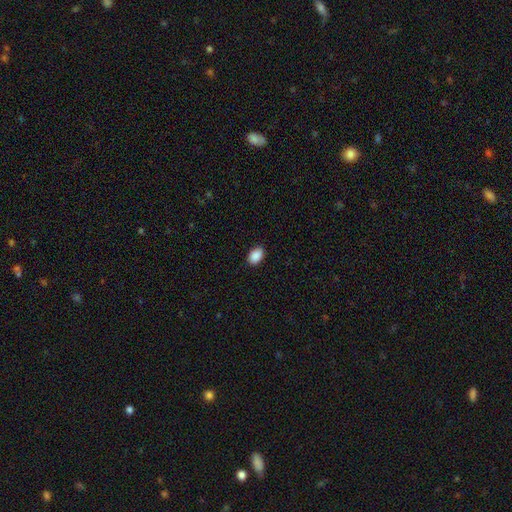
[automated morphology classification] The model was most divided on "how rounded": in between: 85%, round: 13%, cigar-shaped: 1%. More confident: smooth or featured — smooth (90%); merging — none (88%).